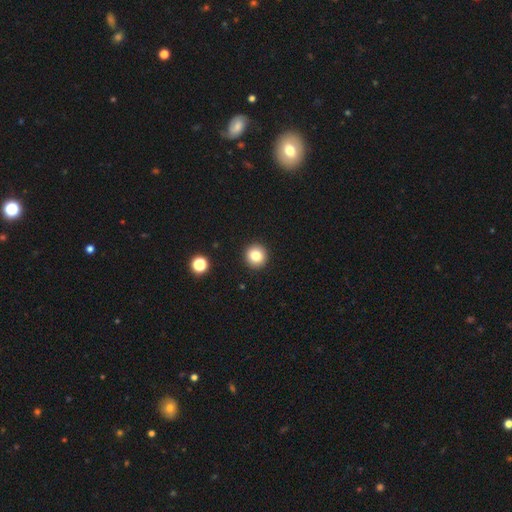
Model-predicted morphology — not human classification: Smooth or featured?
  - smooth: 81% *
  - star or artifact: 11%
  - featured or disk: 8%
How rounded?
  - round: 94% *
  - in between: 5%
  - cigar-shaped: 1%
Merging?
  - none: 93% *
  - minor disturbance: 5%
  - major disturbance: 2%
  - merger: 1%